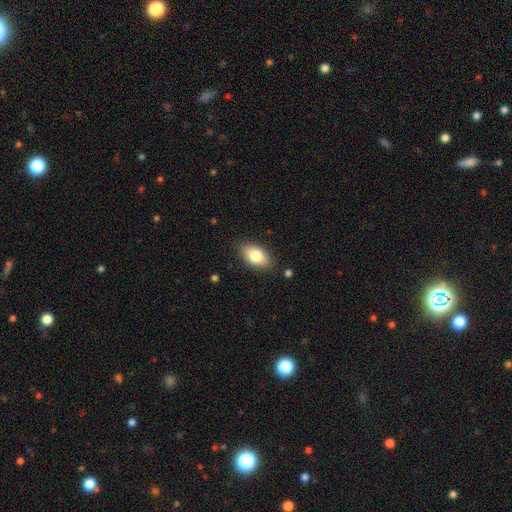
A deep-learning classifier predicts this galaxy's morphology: A smooth galaxy with no disk features (81%) that is in between round and cigar-shaped (91%). Merging: none (85%).